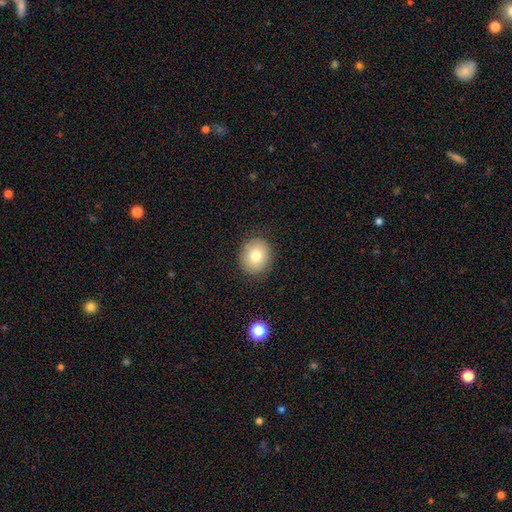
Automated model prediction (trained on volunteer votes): This appears to be a smooth galaxy with no disk features (78%) that is round (77%). Merging: none (88%).